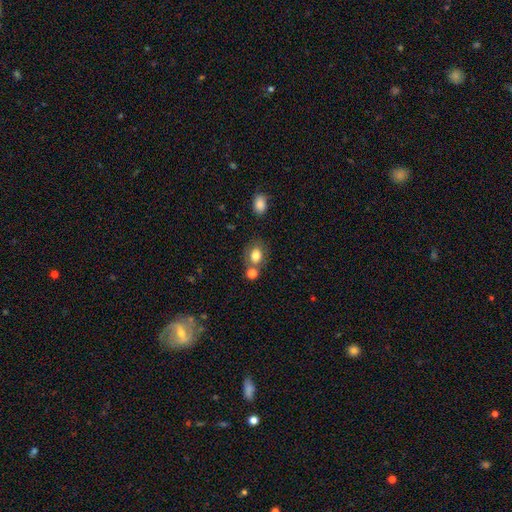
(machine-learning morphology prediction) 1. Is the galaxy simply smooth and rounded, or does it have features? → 78% smooth, 12% featured or disk, 10% star or artifact.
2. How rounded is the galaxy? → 54% in between, 45% round, 1% cigar-shaped.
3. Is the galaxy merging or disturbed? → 58% none, 22% merger, 14% minor disturbance, 5% major disturbance.